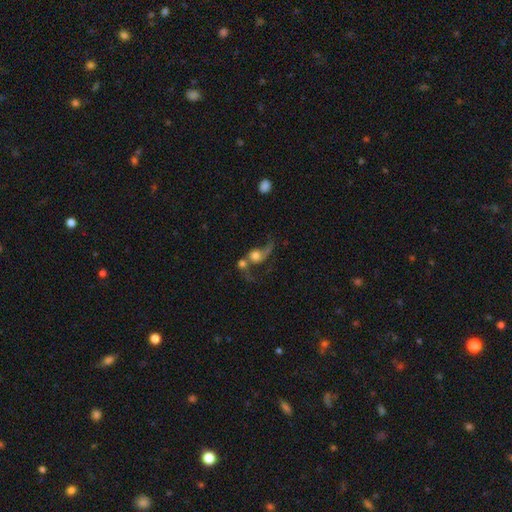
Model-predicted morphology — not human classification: Q: Smooth or featured?
A: featured or disk (58%); runner-up: smooth (32%)
Q: Edge-on disk?
A: no (95%); runner-up: yes (5%)
Q: Bar?
A: no (75%); runner-up: weak (20%)
Q: Spiral arms?
A: yes (81%); runner-up: no (19%)
Q: Bulge size?
A: moderate (41%); runner-up: large (28%)
Q: Merging?
A: merger (53%); runner-up: none (21%)